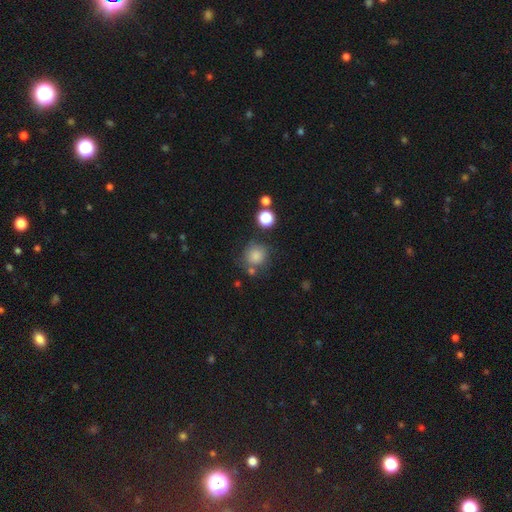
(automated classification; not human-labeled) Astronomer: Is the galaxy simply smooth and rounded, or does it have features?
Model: smooth — 81%.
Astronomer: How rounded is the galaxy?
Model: round — 89%.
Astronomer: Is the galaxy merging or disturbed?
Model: none — 70%.